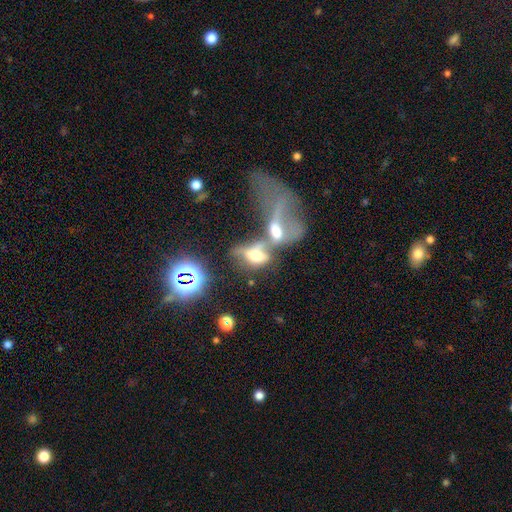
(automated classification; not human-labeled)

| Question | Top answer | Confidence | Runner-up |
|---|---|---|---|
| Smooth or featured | featured or disk | 43% | smooth (41%) |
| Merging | merger | 75% | major disturbance (13%) |